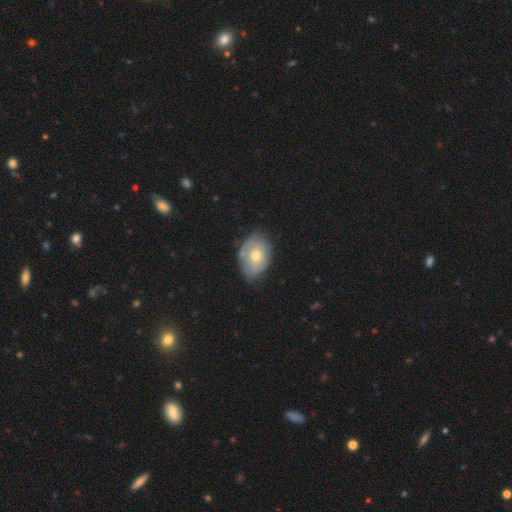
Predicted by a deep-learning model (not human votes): The model was most divided on "smooth or featured": smooth: 51%, featured or disk: 42%, star or artifact: 7%. More confident: how rounded — in between (72%); merging — none (66%).